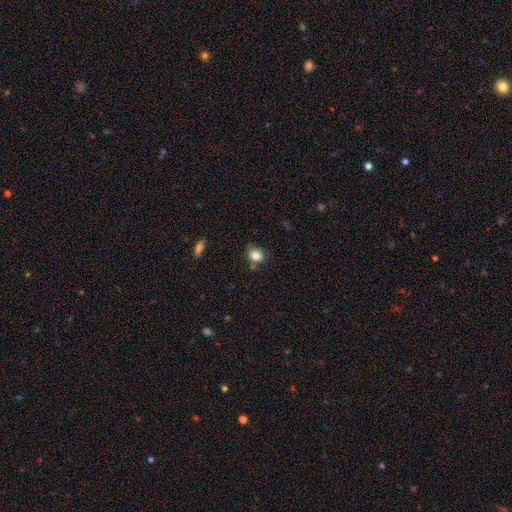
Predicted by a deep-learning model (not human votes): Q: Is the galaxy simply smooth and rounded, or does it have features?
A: smooth — 83%.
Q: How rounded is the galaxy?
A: round — 57%.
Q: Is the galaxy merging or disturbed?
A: none — 70%.